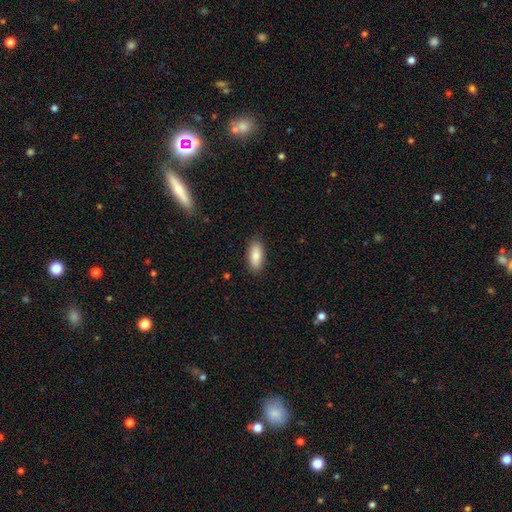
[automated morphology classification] Q: Smooth or featured?
A: smooth (86%); runner-up: featured or disk (8%)
Q: How rounded?
A: in between (84%); runner-up: cigar-shaped (14%)
Q: Merging?
A: none (87%); runner-up: minor disturbance (9%)